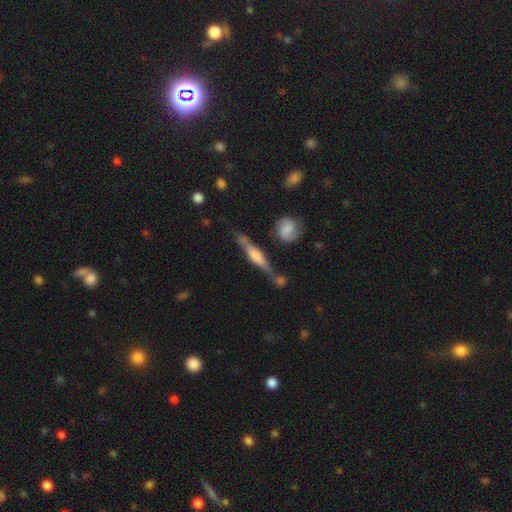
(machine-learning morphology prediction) A featured or disk galaxy (69%) viewed edge-on (93%) with a rounded central bulge (60%).

Vote fractions:
- Smooth or featured? featured or disk: 69% / smooth: 25% / star or artifact: 6%
- Edge-on disk? yes: 93% / no: 7%
- Edge-on bulge? rounded: 60% / boxy: 31% / none: 9%
- Merging? none: 67% / minor disturbance: 18% / merger: 10% / major disturbance: 5%